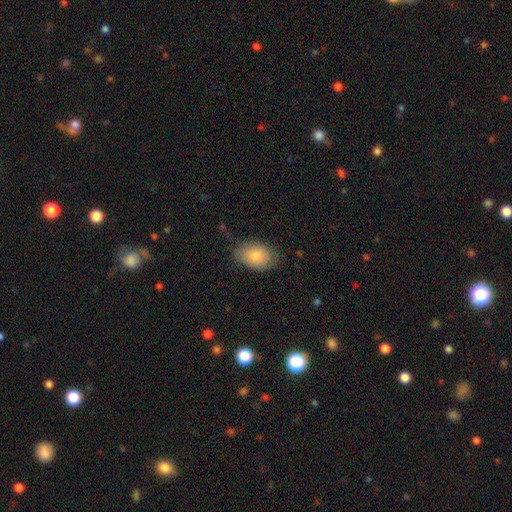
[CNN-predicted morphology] smooth_or_featured: smooth (p=0.83) [alt: featured or disk p=0.10]
how_rounded: in between (p=0.86) [alt: round p=0.13]
merging: none (p=0.71) [alt: minor disturbance p=0.23]